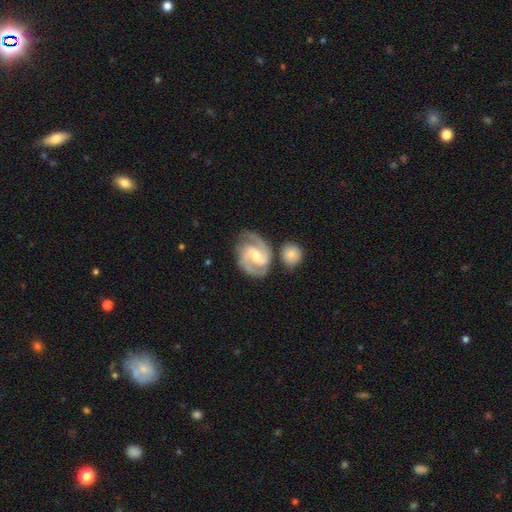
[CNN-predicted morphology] A featured or disk galaxy (90%) with a weak bar (52%), 2 (80%) medium (54%) spiral arms (98%) and a moderate central bulge (53%).

Vote fractions:
- Smooth or featured? featured or disk: 90% / smooth: 6% / star or artifact: 4%
- Edge-on disk? no: 98% / yes: 2%
- Bar? weak: 52% / no: 30% / strong: 18%
- Spiral arms? yes: 98% / no: 2%
- Spiral winding? medium: 54% / tight: 37% / loose: 9%
- Spiral arm count? 2: 80% / 3: 11% / can't tell: 4% / 1: 2% / 4: 2% / more than 4: 1%
- Bulge size? moderate: 53% / small: 39% / large: 4% / none: 3% / dominant: 1%
- Merging? none: 69% / minor disturbance: 15% / merger: 11% / major disturbance: 5%